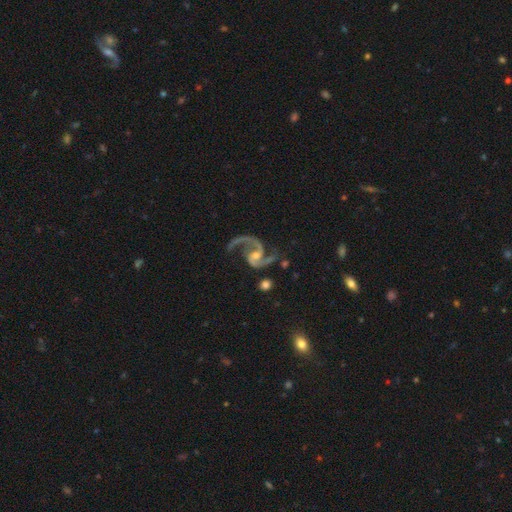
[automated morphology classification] A featured or disk galaxy (93%) with no bar (45%), 2 (93%) medium (52%) spiral arms (98%) and a small central bulge (48%). Merging: none (66%).